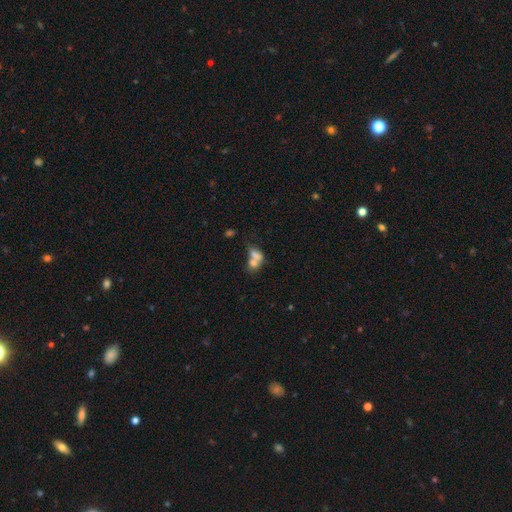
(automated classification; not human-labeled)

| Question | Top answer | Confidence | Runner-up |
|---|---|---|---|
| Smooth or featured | smooth | 69% | featured or disk (20%) |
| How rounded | in between | 70% | round (26%) |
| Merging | merger | 66% | none (19%) |